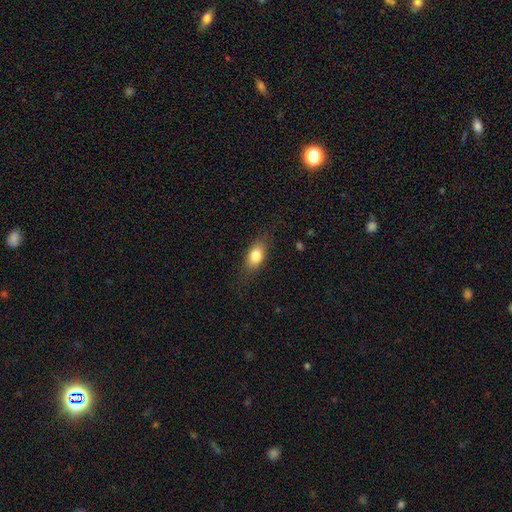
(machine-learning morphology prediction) Overall: smooth (80%). How rounded: in between (80%). Merging: none (79%).